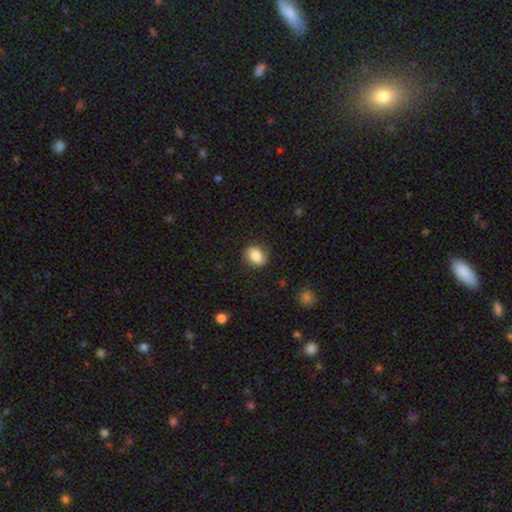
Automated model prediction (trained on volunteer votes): smooth_or_featured: smooth (p=0.74) [alt: featured or disk p=0.18]
how_rounded: round (p=0.54) [alt: in between p=0.45]
merging: none (p=0.80) [alt: minor disturbance p=0.14]